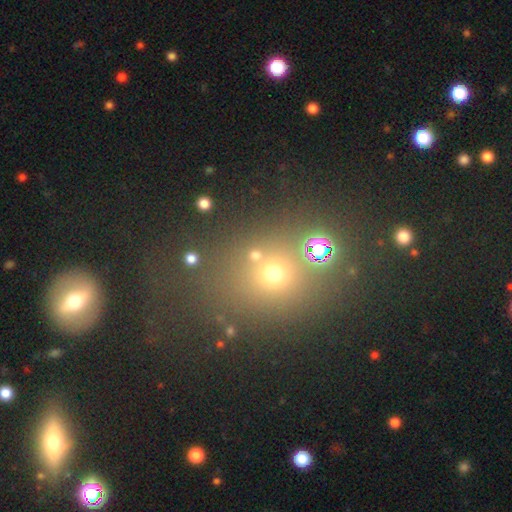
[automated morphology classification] type=smooth (62%); roundness=round (83%); merging=none (72%).